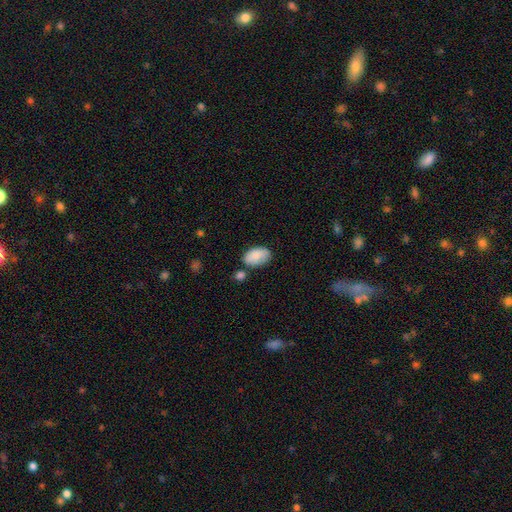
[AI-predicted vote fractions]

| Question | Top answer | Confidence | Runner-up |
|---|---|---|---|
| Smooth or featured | smooth | 82% | featured or disk (11%) |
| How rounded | in between | 92% | round (7%) |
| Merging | none | 61% | minor disturbance (22%) |